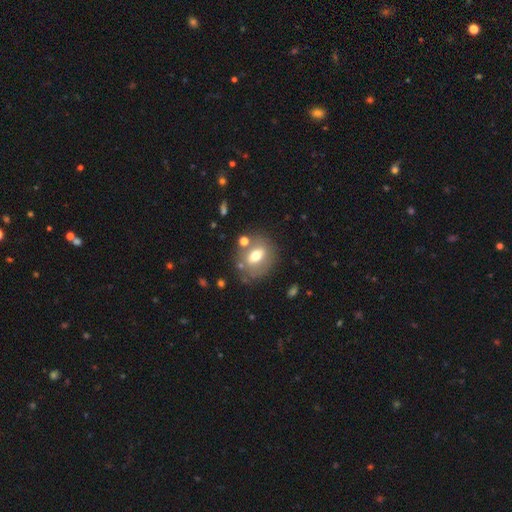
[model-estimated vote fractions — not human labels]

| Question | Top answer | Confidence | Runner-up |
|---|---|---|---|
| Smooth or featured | smooth | 59% | featured or disk (31%) |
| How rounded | in between | 54% | round (43%) |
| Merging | none | 72% | minor disturbance (14%) |